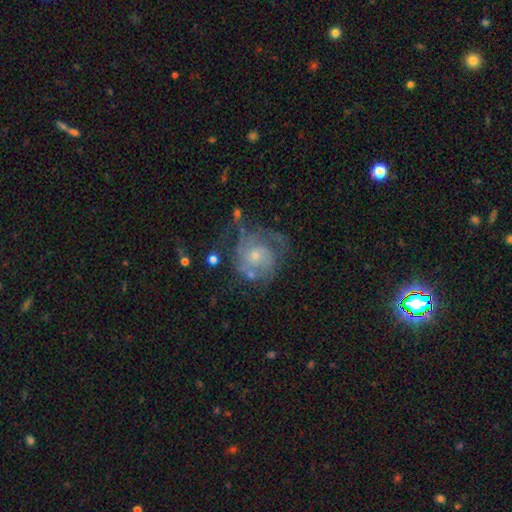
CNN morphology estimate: The model was most divided on "spiral arm count": can't tell: 36%, 2: 29%, 3: 17%, 1: 8%, 4: 6%, more than 4: 4%. Remaining: edge-on disk — no (98%); spiral arms — yes (83%); bar — no (78%); smooth or featured — featured or disk (73%); bulge size — small (63%); spiral winding — tight (49%); merging — none (45%).